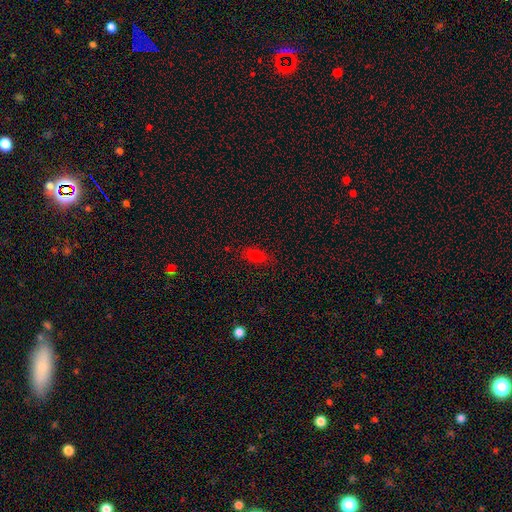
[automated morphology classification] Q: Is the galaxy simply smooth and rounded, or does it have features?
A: smooth — 77%.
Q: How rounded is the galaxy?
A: in between — 81%.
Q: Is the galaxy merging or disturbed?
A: none — 83%.